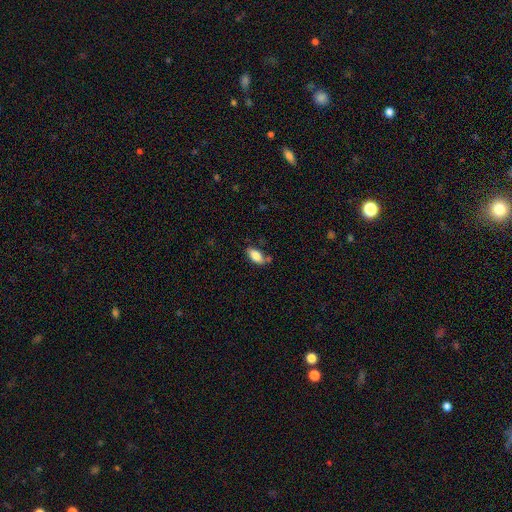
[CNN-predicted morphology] smooth_or_featured: smooth (p=0.82) [alt: featured or disk p=0.11]
how_rounded: in between (p=0.88) [alt: cigar-shaped p=0.09]
merging: none (p=0.67) [alt: minor disturbance p=0.20]